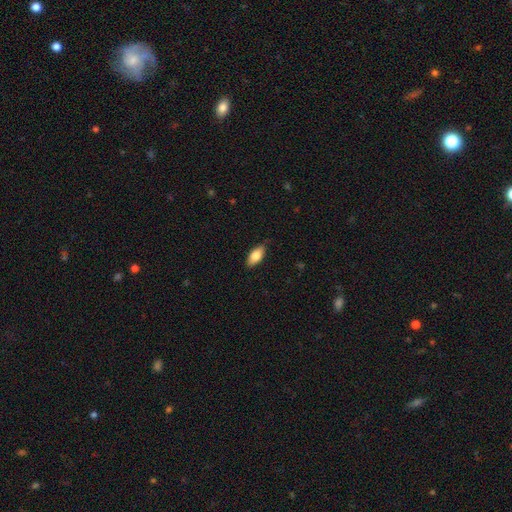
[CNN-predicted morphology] A smooth galaxy with no disk features (78%) that is in between round and cigar-shaped (86%).

Vote fractions:
- Smooth or featured? smooth: 78% / featured or disk: 16% / star or artifact: 6%
- How rounded? in between: 86% / cigar-shaped: 11% / round: 3%
- Merging? none: 84% / minor disturbance: 13% / major disturbance: 2% / merger: 1%